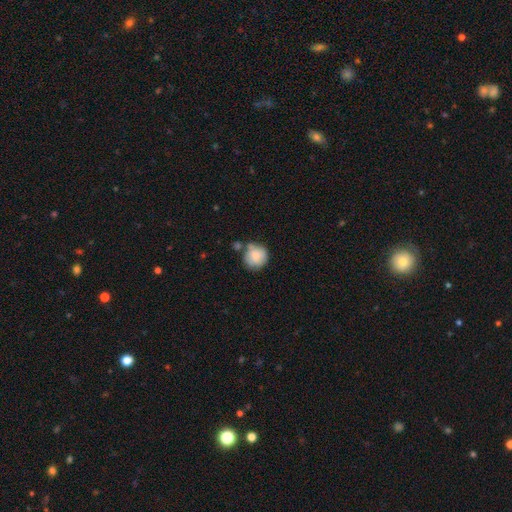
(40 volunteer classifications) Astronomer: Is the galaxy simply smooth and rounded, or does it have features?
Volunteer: smooth — 90%.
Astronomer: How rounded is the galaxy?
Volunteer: round — 94%.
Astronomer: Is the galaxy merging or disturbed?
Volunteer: none — 65%.